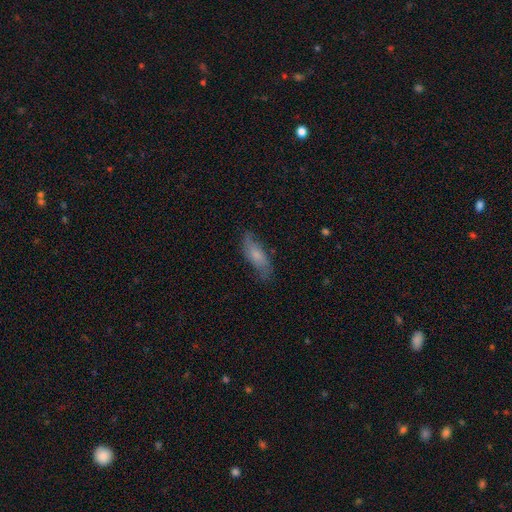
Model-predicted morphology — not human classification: A smooth galaxy with no disk features (48%).

Vote fractions:
- Smooth or featured? smooth: 48% / featured or disk: 44% / star or artifact: 8%
- Merging? none: 73% / minor disturbance: 20% / major disturbance: 6% / merger: 1%